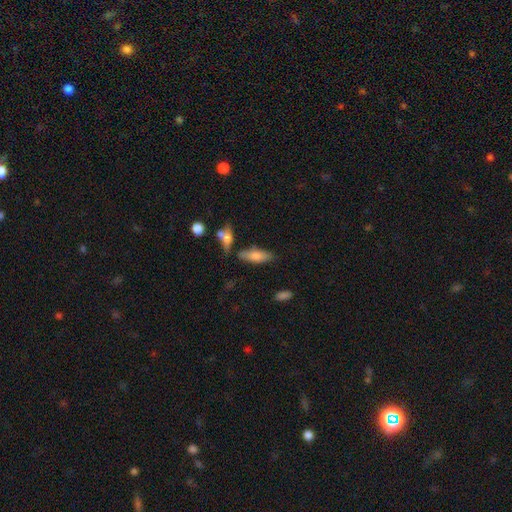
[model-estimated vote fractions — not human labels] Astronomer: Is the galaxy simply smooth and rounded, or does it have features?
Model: smooth — 71%.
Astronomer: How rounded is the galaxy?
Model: in between — 61%.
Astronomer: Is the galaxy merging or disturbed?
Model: none — 71%.